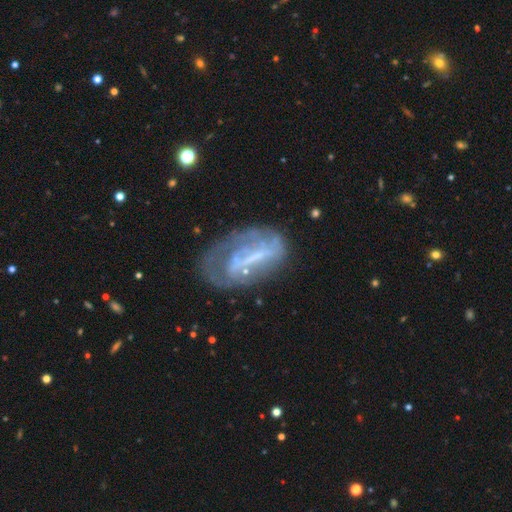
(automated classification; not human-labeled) Overall: featured or disk (69%). Edge-on disk: no (92%). Bar: strong (40%; weak 34%). Spiral arms: yes (59%; no 41%). Bulge size: small (41%; none 40%). Merging: none (50%; minor disturbance 24%).